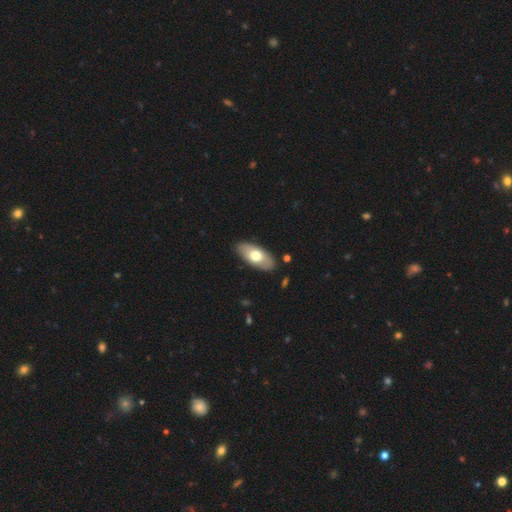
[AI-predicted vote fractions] smooth_or_featured: smooth (p=0.62) [alt: featured or disk p=0.33]
how_rounded: in between (p=0.88) [alt: cigar-shaped p=0.09]
merging: none (p=0.86) [alt: minor disturbance p=0.10]